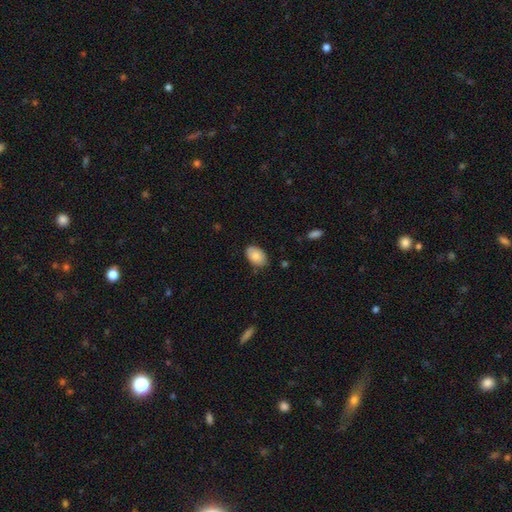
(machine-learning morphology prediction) A smooth galaxy with no disk features (82%) that is in between round and cigar-shaped (90%).

Vote fractions:
- Smooth or featured? smooth: 82% / featured or disk: 11% / star or artifact: 7%
- How rounded? in between: 90% / round: 8% / cigar-shaped: 1%
- Merging? none: 80% / minor disturbance: 16% / major disturbance: 3% / merger: 1%